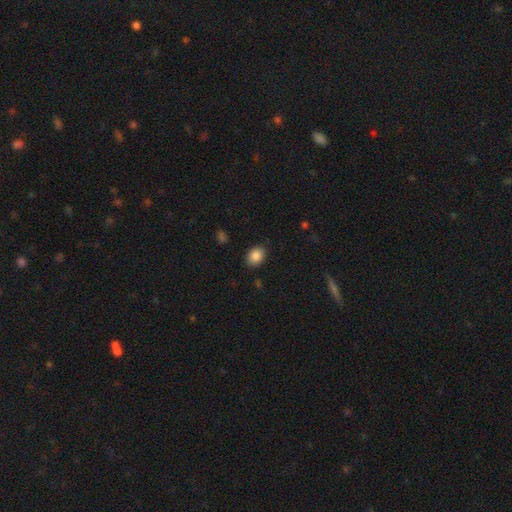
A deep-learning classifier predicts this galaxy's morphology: The model was most divided on "how rounded": in between: 63%, round: 36%, cigar-shaped: 1%. More confident: smooth or featured — smooth (87%); merging — none (87%).